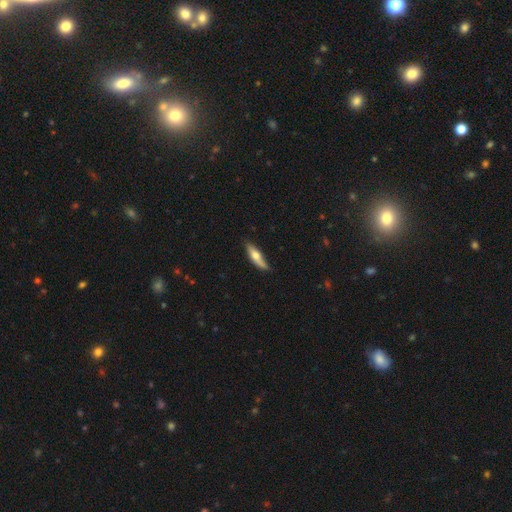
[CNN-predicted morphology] type=smooth (57%); roundness=cigar-shaped (63%); merging=none (62%).